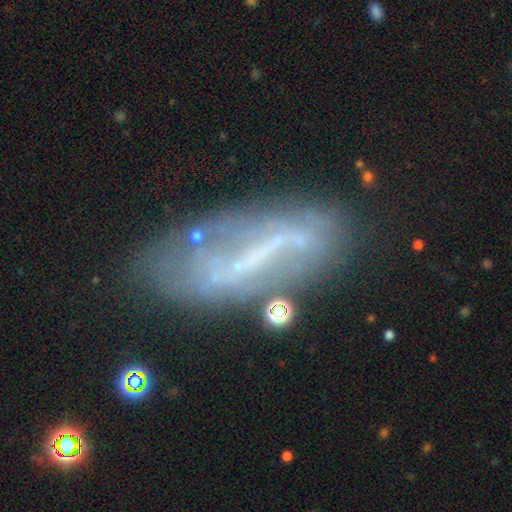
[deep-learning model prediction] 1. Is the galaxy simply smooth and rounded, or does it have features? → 66% featured or disk, 23% smooth, 11% star or artifact.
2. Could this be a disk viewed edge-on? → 78% no, 22% yes.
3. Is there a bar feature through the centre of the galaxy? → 60% strong, 22% weak, 18% no.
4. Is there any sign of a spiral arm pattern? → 60% no, 40% yes.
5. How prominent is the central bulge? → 57% none, 29% small, 10% moderate, 2% large, 1% dominant.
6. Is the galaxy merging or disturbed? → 58% none, 22% minor disturbance, 14% major disturbance, 6% merger.